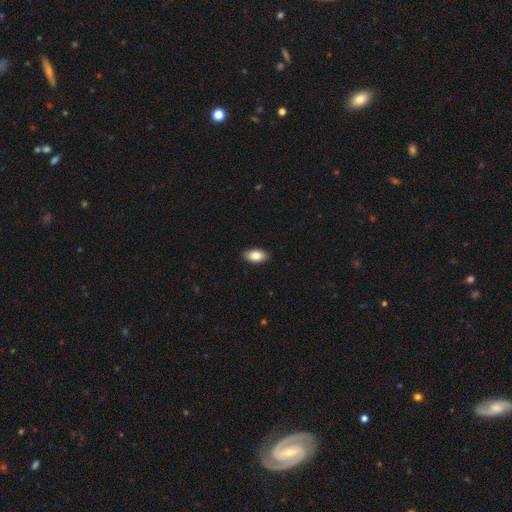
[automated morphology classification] A smooth galaxy with no disk features (83%) that is in between round and cigar-shaped (93%).

Vote fractions:
- Smooth or featured? smooth: 83% / featured or disk: 10% / star or artifact: 7%
- How rounded? in between: 93% / round: 4% / cigar-shaped: 3%
- Merging? none: 89% / minor disturbance: 9% / major disturbance: 2% / merger: 1%